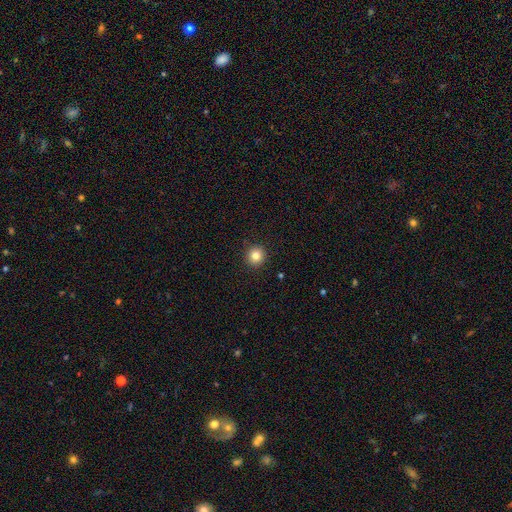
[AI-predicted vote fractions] The model was most divided on "smooth or featured": smooth: 83%, star or artifact: 12%, featured or disk: 6%. More confident: how rounded — round (94%); merging — none (92%).